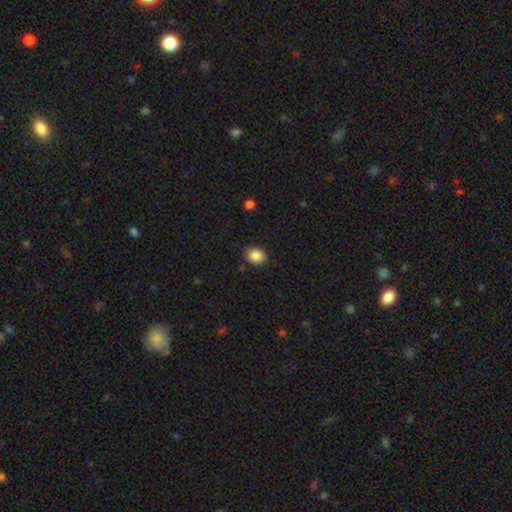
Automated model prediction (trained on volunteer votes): This appears to be a smooth galaxy with no disk features (87%) that is in between round and cigar-shaped (57%). Merging: none (87%).